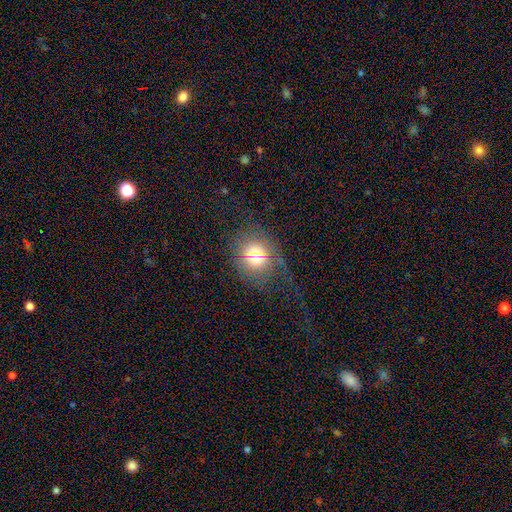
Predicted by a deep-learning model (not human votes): Q: Smooth or featured?
A: smooth (67%); runner-up: featured or disk (19%)
Q: How rounded?
A: round (74%); runner-up: in between (25%)
Q: Merging?
A: none (53%); runner-up: major disturbance (21%)